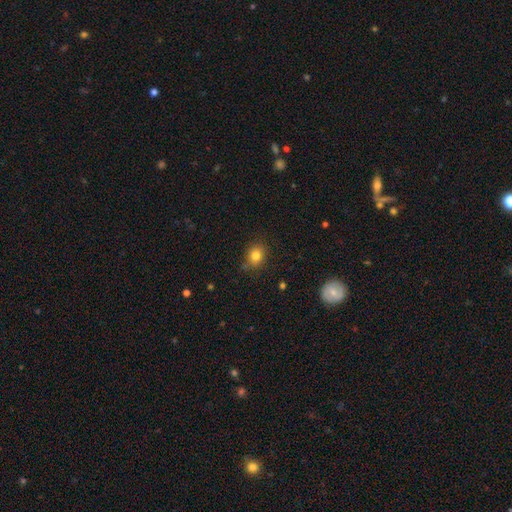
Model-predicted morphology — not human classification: Q: Smooth or featured?
A: smooth (81%); runner-up: star or artifact (12%)
Q: How rounded?
A: round (63%); runner-up: in between (36%)
Q: Merging?
A: none (81%); runner-up: minor disturbance (14%)